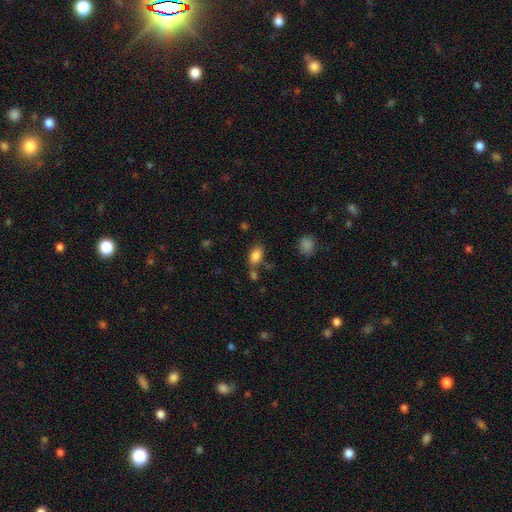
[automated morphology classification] Overall: smooth (84%). How rounded: in between (88%). Merging: none (62%).